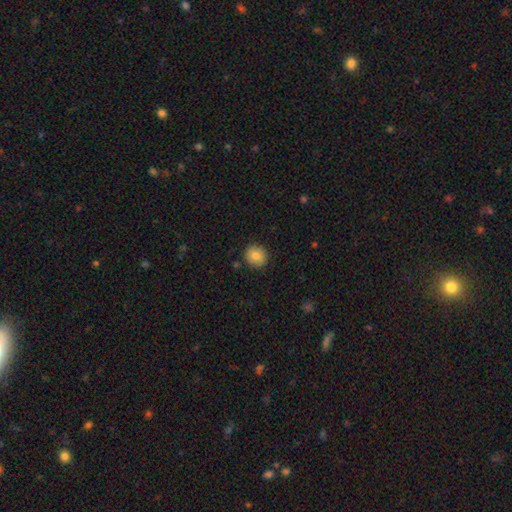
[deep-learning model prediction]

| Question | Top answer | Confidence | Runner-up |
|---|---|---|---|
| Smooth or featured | smooth | 84% | star or artifact (8%) |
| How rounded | round | 89% | in between (10%) |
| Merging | none | 89% | minor disturbance (8%) |